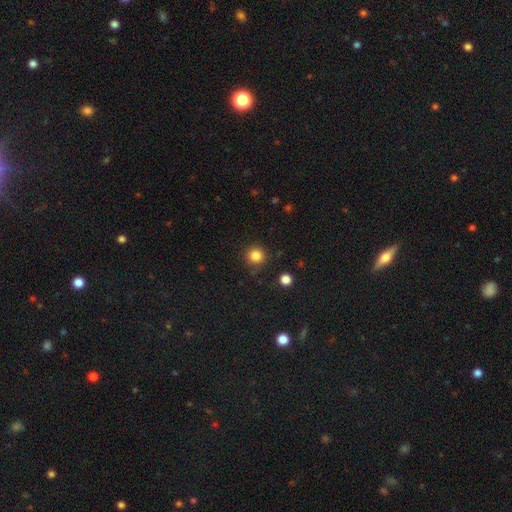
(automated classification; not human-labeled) smooth_or_featured: smooth (p=0.83) [alt: star or artifact p=0.12]
how_rounded: round (p=0.94) [alt: in between p=0.05]
merging: none (p=0.86) [alt: minor disturbance p=0.09]